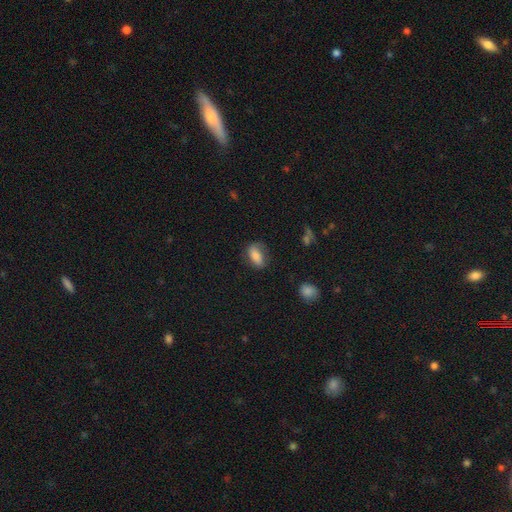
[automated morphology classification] This appears to be a smooth galaxy with no disk features (76%) that is in between round and cigar-shaped (86%). Merging: none (66%).